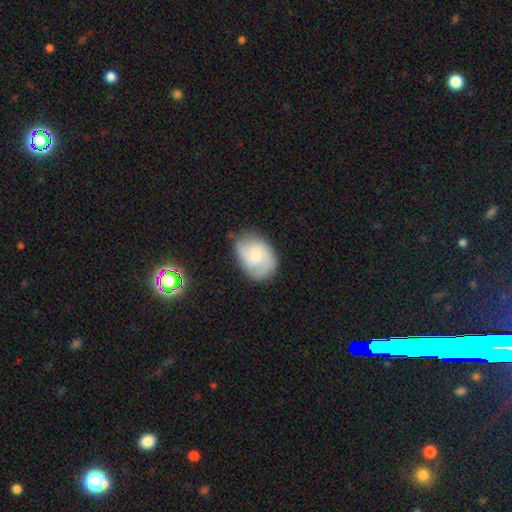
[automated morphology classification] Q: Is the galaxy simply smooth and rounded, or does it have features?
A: featured or disk — 48%.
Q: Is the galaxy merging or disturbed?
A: none — 64%.